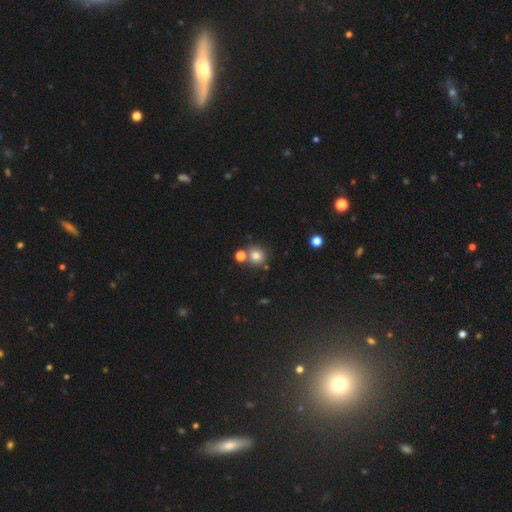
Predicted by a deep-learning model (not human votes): Smooth or featured?
  - smooth: 79% *
  - star or artifact: 14%
  - featured or disk: 8%
How rounded?
  - round: 90% *
  - in between: 10%
  - cigar-shaped: 1%
Merging?
  - none: 69% *
  - merger: 19%
  - minor disturbance: 9%
  - major disturbance: 3%